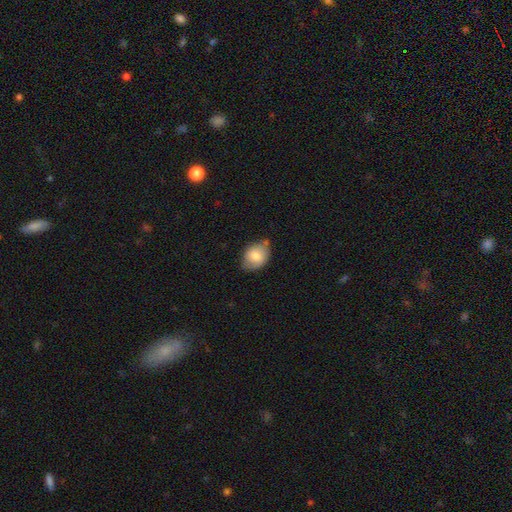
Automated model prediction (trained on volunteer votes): Smooth or featured? smooth (76%)
How rounded? in between (68%)
Merging? none (64%)